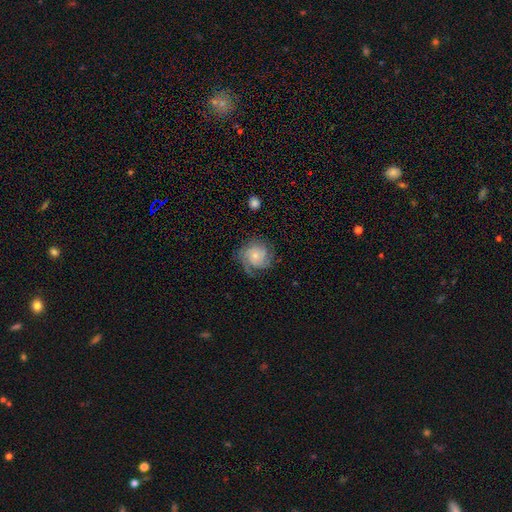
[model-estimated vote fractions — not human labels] Smooth or featured?
  - featured or disk: 70% *
  - smooth: 23%
  - star or artifact: 7%
Edge-on disk?
  - no: 98% *
  - yes: 2%
Bar?
  - no: 79% *
  - weak: 18%
  - strong: 3%
Spiral arms?
  - yes: 92% *
  - no: 8%
Spiral winding?
  - tight: 54% *
  - medium: 33%
  - loose: 13%
Spiral arm count?
  - can't tell: 28% *
  - 3: 25%
  - 2: 24%
  - 1: 10%
  - 4: 7%
  - more than 4: 5%
Bulge size?
  - small: 68% *
  - moderate: 27%
  - none: 2%
  - large: 2%
  - dominant: 1%
Merging?
  - none: 65% *
  - minor disturbance: 20%
  - major disturbance: 13%
  - merger: 1%